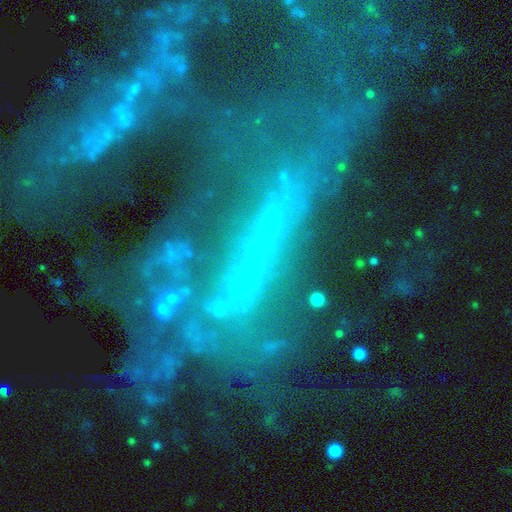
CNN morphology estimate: Smooth or featured? featured or disk (62%)
Edge-on disk? no (86%)
Bar? no (44%)
Spiral arms? no (51%)
Bulge size? none (49%)
Merging? major disturbance (37%)